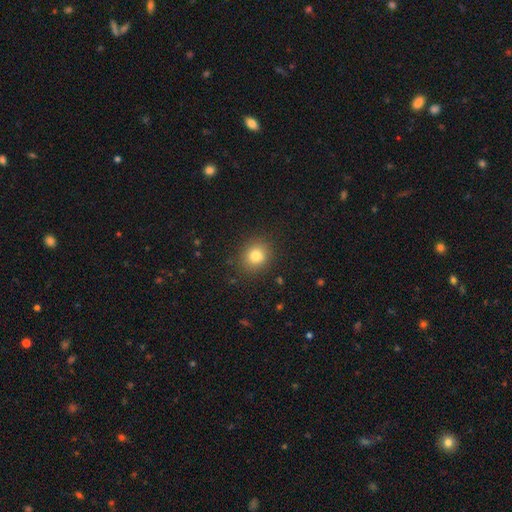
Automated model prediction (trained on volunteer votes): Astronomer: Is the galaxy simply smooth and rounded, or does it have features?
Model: smooth — 80%.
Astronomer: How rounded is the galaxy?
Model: round — 78%.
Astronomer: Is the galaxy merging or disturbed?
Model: none — 87%.